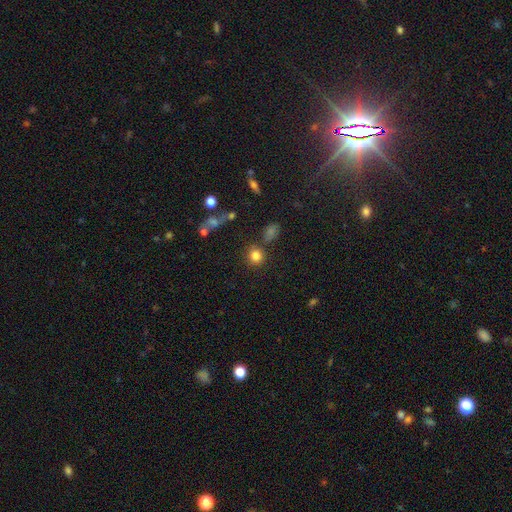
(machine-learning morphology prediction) Smooth or featured? smooth (81%)
How rounded? round (89%)
Merging? none (77%)